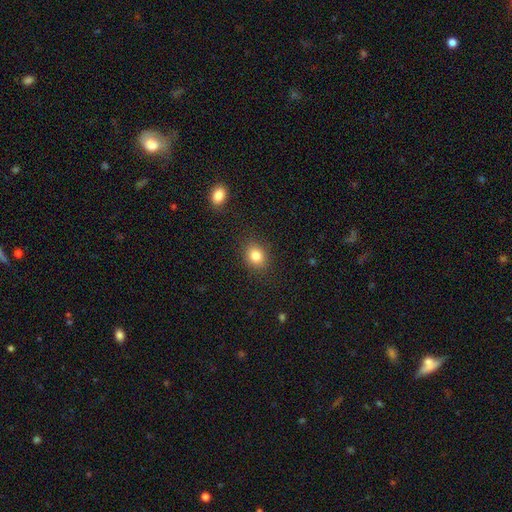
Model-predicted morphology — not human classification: Smooth or featured: smooth — 84% (star or artifact — 10%)
How rounded: round — 50% (in between — 49%)
Merging: none — 86% (minor disturbance — 10%)